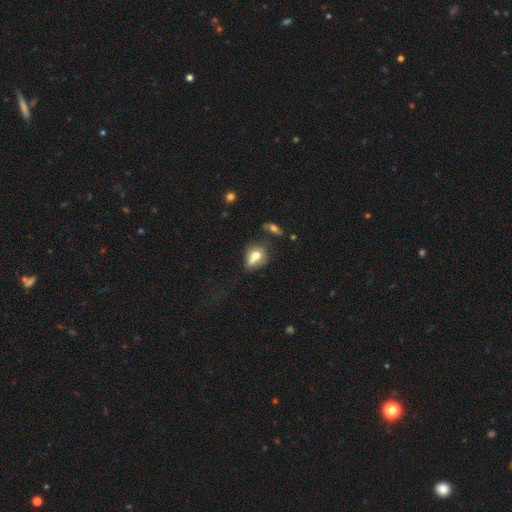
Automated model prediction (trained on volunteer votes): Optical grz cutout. It shows a smooth galaxy with no disk features (67%) that is in between round and cigar-shaped (49%). Merging: none (36%).